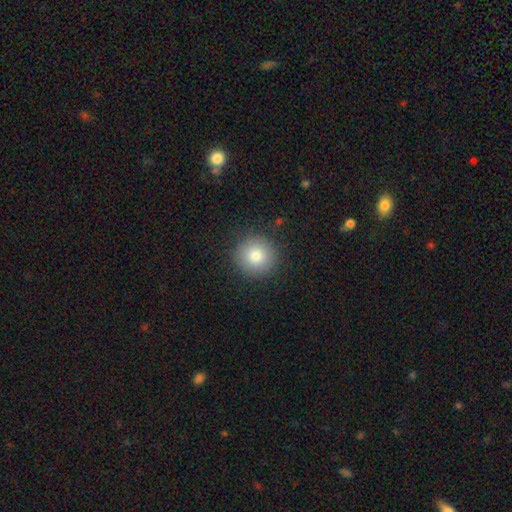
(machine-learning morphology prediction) This is clearly a smooth galaxy (81%). How rounded: clearly round (94%). Merging: clearly none (89%).